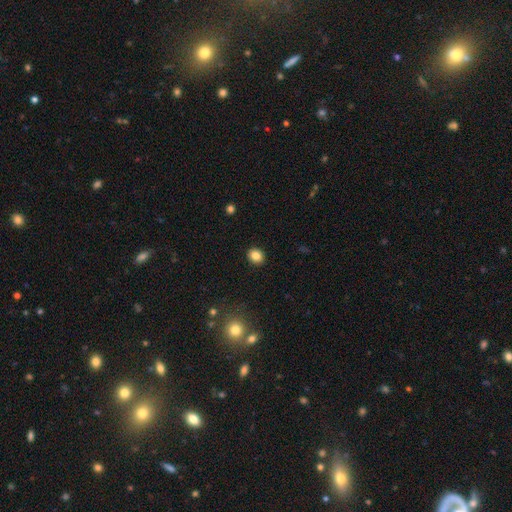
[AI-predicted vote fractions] A smooth galaxy with no disk features (85%) that is round (69%).

Vote fractions:
- Smooth or featured? smooth: 85% / star or artifact: 10% / featured or disk: 5%
- How rounded? round: 69% / in between: 30% / cigar-shaped: 1%
- Merging? none: 91% / minor disturbance: 6% / major disturbance: 2% / merger: 1%